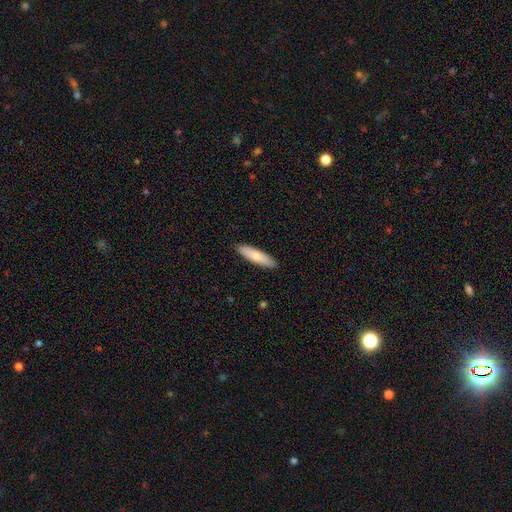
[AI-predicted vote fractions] The model was most divided on "how rounded": cigar-shaped: 71%, in between: 27%, round: 2%. More confident: merging — none (90%); smooth or featured — smooth (75%).